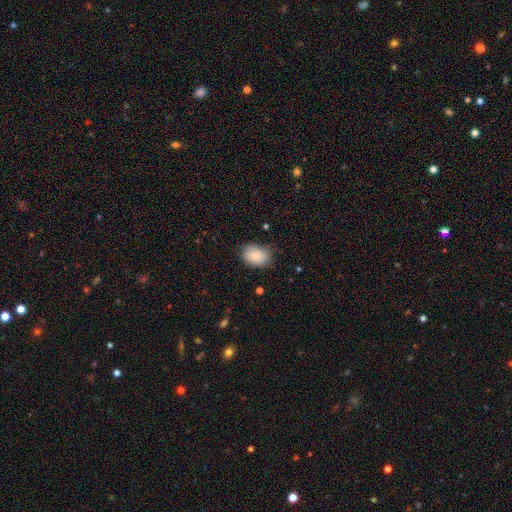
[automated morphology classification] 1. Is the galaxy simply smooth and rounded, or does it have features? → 85% smooth, 8% featured or disk, 7% star or artifact.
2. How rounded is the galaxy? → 76% in between, 23% round, 1% cigar-shaped.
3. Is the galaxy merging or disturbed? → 77% none, 18% minor disturbance, 4% major disturbance, 1% merger.